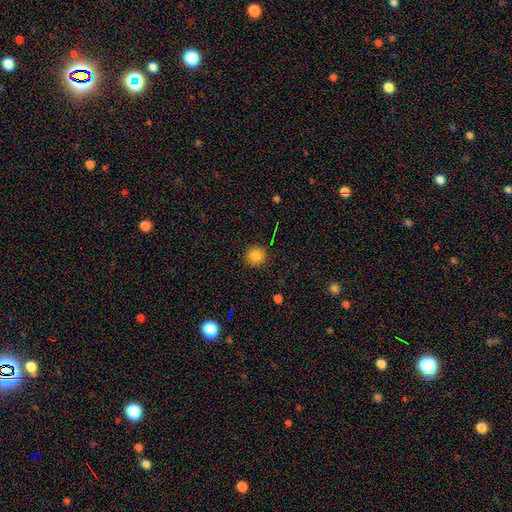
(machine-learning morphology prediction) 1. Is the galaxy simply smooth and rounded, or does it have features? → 83% smooth, 11% star or artifact, 6% featured or disk.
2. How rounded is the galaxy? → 92% round, 7% in between, 1% cigar-shaped.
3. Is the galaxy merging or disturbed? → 90% none, 7% minor disturbance, 2% major disturbance, 1% merger.